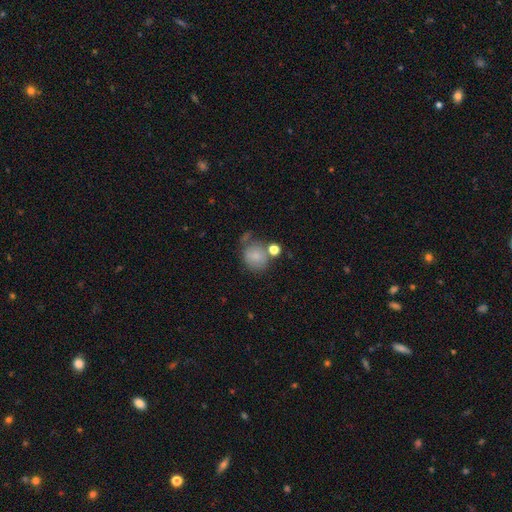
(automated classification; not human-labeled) This is likely a smooth galaxy (79%). How rounded: likely round (79%). Merging: possibly none (50%).